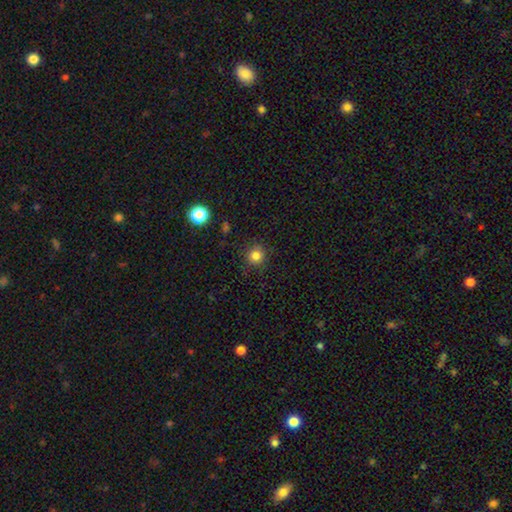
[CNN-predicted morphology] The model was most divided on "smooth or featured": smooth: 82%, star or artifact: 13%, featured or disk: 5%. More confident: how rounded — round (93%); merging — none (89%).